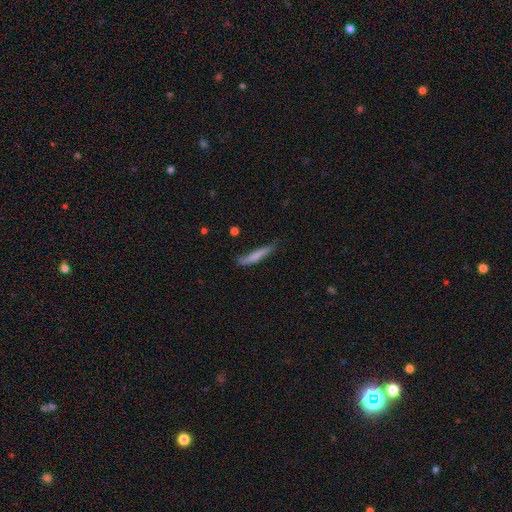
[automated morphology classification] Smooth or featured? Predicted: smooth (p=0.73). How rounded? Predicted: cigar-shaped (p=0.92). Merging? Predicted: none (p=0.67).